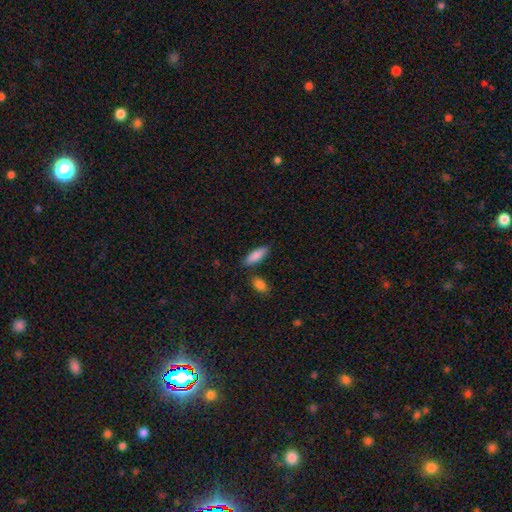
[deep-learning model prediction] Smooth or featured?
  - smooth: 86% *
  - featured or disk: 8%
  - star or artifact: 6%
How rounded?
  - in between: 59% *
  - cigar-shaped: 39%
  - round: 2%
Merging?
  - none: 80% *
  - minor disturbance: 11%
  - merger: 6%
  - major disturbance: 3%